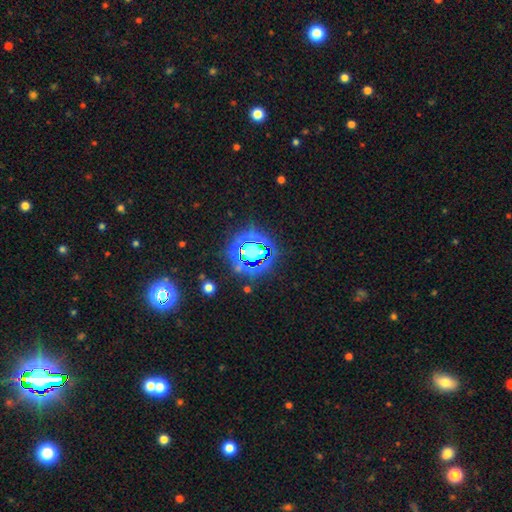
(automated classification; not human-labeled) A star or artifact, not a galaxy (69%).